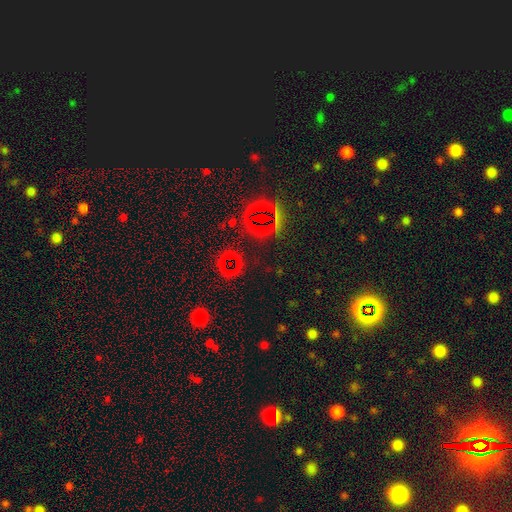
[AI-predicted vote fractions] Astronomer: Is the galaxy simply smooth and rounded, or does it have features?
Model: star or artifact — 77%.